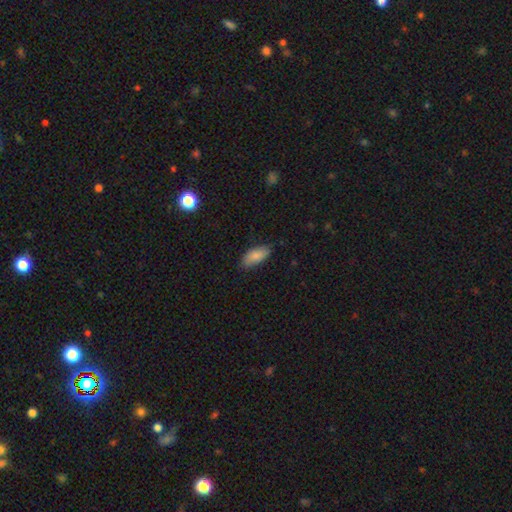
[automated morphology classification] This is clearly a smooth galaxy (83%). How rounded: clearly in between (87%). Merging: likely none (77%).